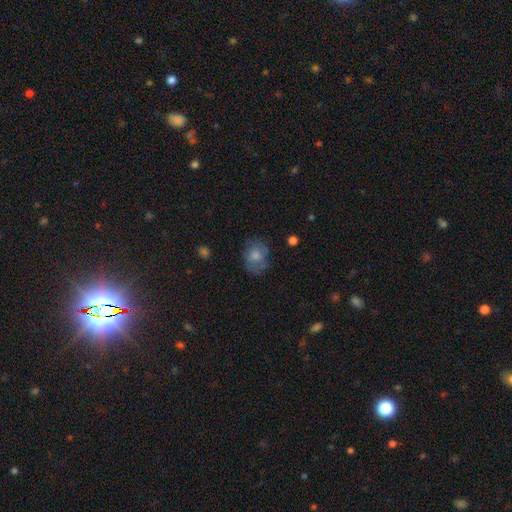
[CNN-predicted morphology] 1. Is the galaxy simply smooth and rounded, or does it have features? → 72% smooth, 20% featured or disk, 8% star or artifact.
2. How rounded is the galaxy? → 51% round, 48% in between, 1% cigar-shaped.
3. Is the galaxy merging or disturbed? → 64% none, 24% minor disturbance, 11% major disturbance, 2% merger.